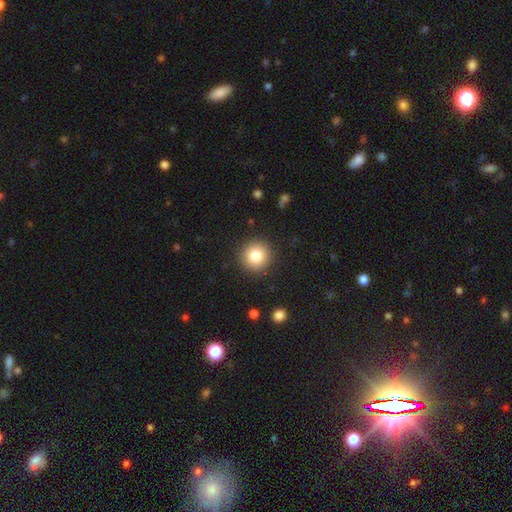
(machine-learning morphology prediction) Smooth or featured? Predicted: smooth (p=0.82). How rounded? Predicted: round (p=0.95). Merging? Predicted: none (p=0.91).